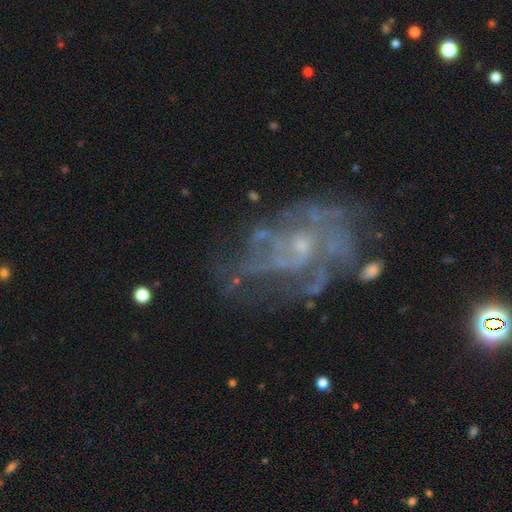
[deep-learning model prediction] smooth-or-featured: featured or disk: 78% | star or artifact: 13% | smooth: 9%
  disk-edge-on: no: 97% | yes: 3%
    bar: no: 72% | weak: 23% | strong: 5%
    has-spiral-arms: yes: 75% | no: 25%
      spiral-winding: tight: 41% | medium: 39% | loose: 20%
      spiral-arm-count: can't tell: 48% | 2: 15% | 3: 14% | 4: 10% | more than 4: 7% | 1: 7%
    bulge-size: small: 68% | moderate: 16% | none: 14% | large: 1% | dominant: 1%
  merging: none: 56% | major disturbance: 20% | minor disturbance: 20% | merger: 4%